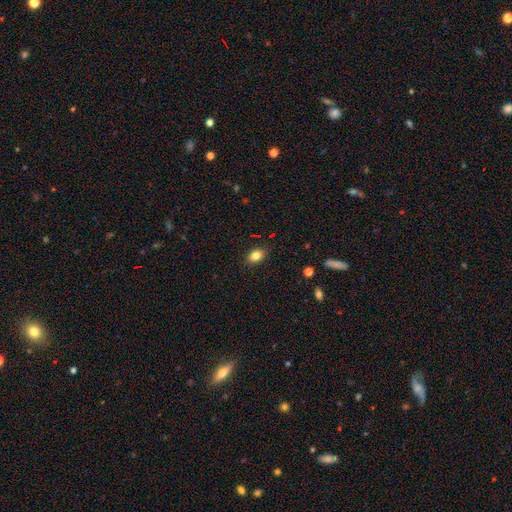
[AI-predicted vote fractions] Overall: smooth (82%). How rounded: in between (78%). Merging: none (87%).